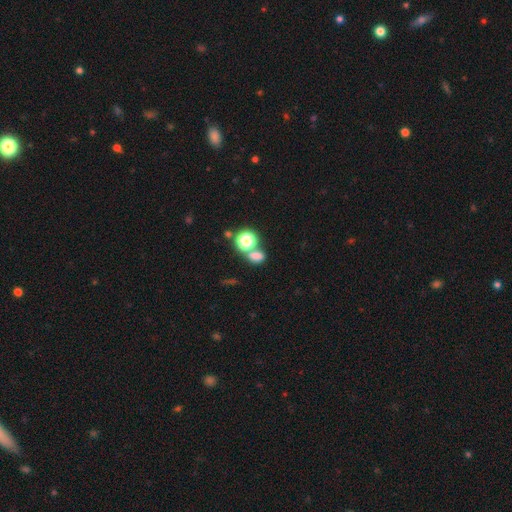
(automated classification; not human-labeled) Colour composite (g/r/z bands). It shows a smooth galaxy with no disk features (70%) that is in between round and cigar-shaped (56%). Merging: none (49%).